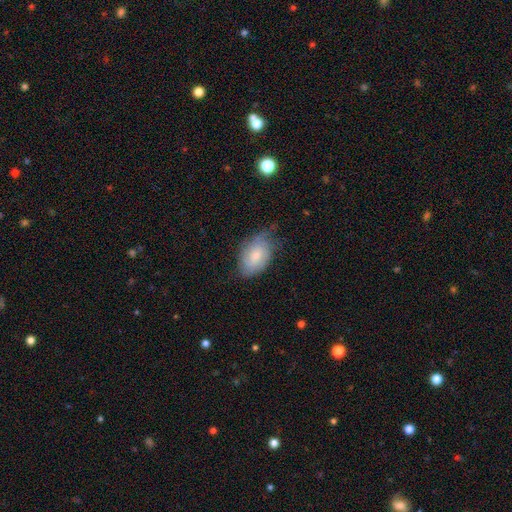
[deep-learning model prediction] A smooth galaxy with no disk features (55%) that is in between round and cigar-shaped (90%). Merging: none (59%).